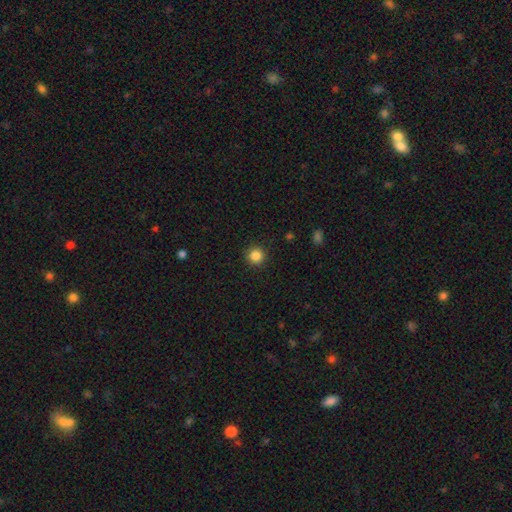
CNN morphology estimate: smooth_or_featured: smooth (p=0.85) [alt: star or artifact p=0.11]
how_rounded: round (p=0.95) [alt: in between p=0.04]
merging: none (p=0.92) [alt: minor disturbance p=0.05]